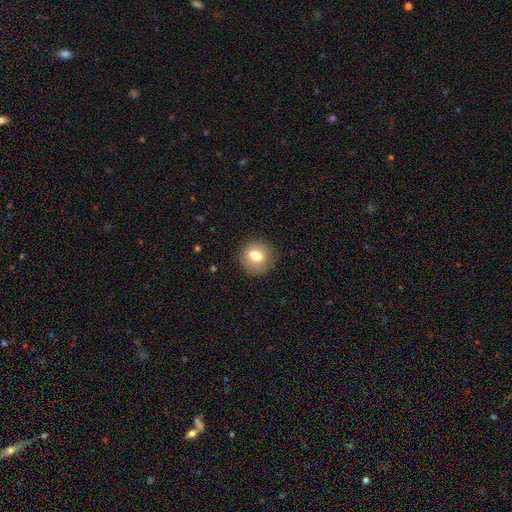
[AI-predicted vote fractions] This is likely a smooth galaxy (74%). How rounded: clearly round (84%). Merging: clearly none (89%).